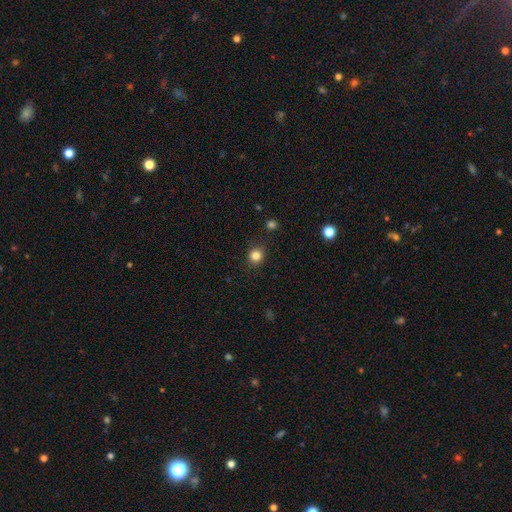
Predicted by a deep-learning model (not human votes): This appears to be a smooth galaxy with no disk features (83%) that is round (86%). Merging: none (86%).